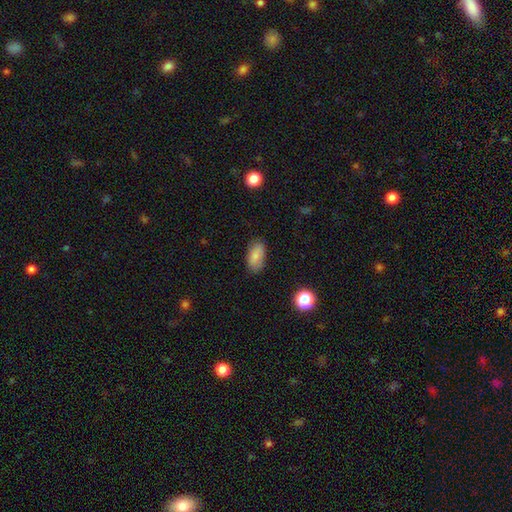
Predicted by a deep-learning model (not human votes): Smooth or featured? Predicted: smooth (p=0.81). How rounded? Predicted: in between (p=0.92). Merging? Predicted: none (p=0.81).